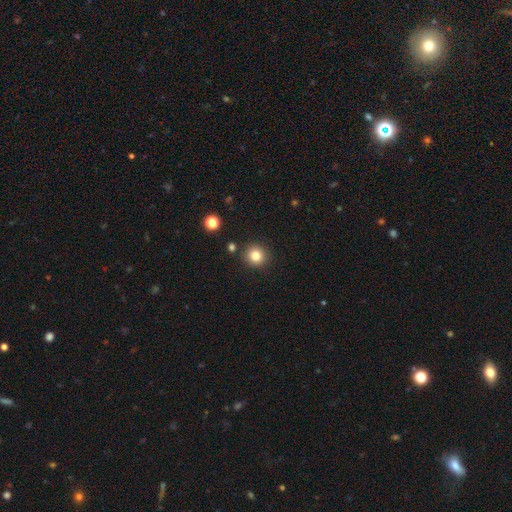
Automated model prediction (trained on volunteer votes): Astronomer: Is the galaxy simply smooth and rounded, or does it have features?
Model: smooth — 83%.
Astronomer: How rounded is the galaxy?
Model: round — 93%.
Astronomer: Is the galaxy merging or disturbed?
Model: none — 88%.